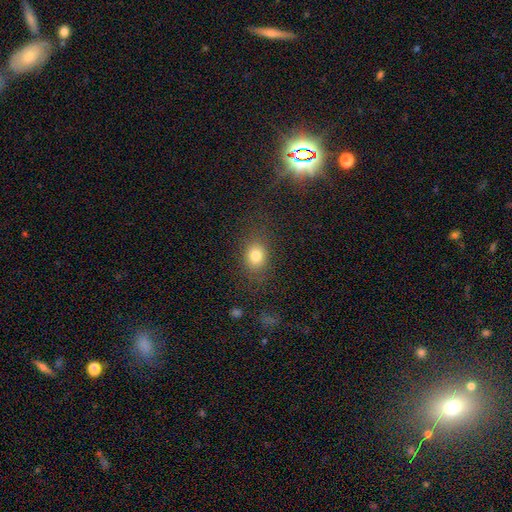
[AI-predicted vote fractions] smooth-or-featured: smooth: 80% | star or artifact: 12% | featured or disk: 8%
  how-rounded: in between: 52% | round: 46% | cigar-shaped: 2%
  merging: none: 78% | minor disturbance: 12% | major disturbance: 7% | merger: 2%